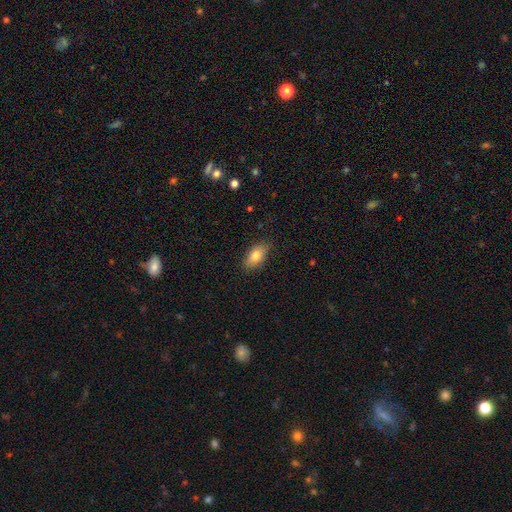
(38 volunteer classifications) Smooth or featured: smooth — 79% (featured or disk — 16%)
How rounded: in between — 97% (round — 3%)
Merging: none — 78% (minor disturbance — 19%)